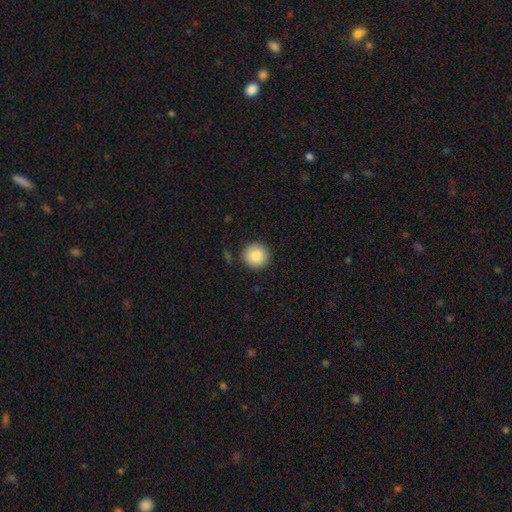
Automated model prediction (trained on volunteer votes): Smooth or featured?
  - smooth: 87% *
  - star or artifact: 8%
  - featured or disk: 5%
How rounded?
  - round: 95% *
  - in between: 4%
  - cigar-shaped: 1%
Merging?
  - none: 90% *
  - minor disturbance: 7%
  - major disturbance: 2%
  - merger: 2%